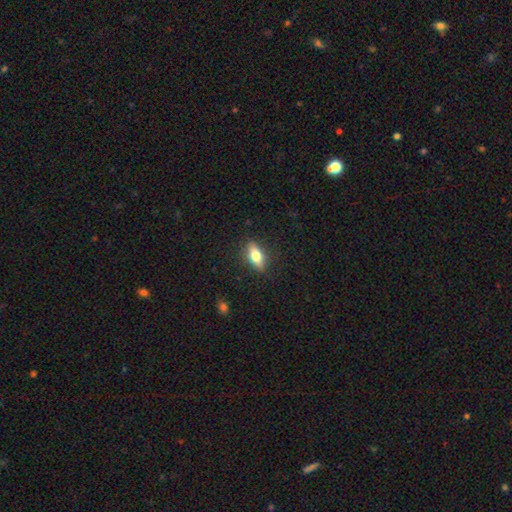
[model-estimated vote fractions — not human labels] Overall: smooth (65%; featured or disk 27%). How rounded: in between (72%). Merging: none (85%).